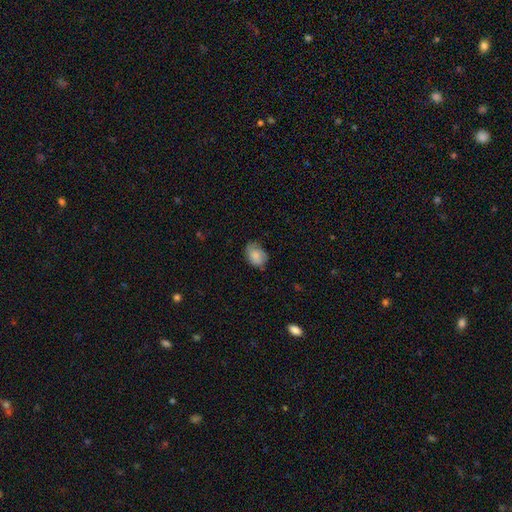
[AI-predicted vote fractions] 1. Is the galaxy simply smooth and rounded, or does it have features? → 81% smooth, 11% featured or disk, 8% star or artifact.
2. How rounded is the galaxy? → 73% in between, 26% round, 1% cigar-shaped.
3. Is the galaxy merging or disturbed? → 64% none, 28% minor disturbance, 7% major disturbance, 1% merger.